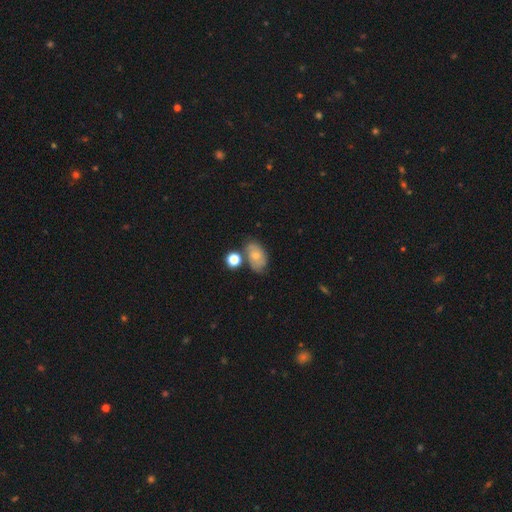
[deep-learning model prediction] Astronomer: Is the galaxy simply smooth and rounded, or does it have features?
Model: smooth — 64%.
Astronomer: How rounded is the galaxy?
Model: in between — 82%.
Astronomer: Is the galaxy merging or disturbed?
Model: none — 58%.